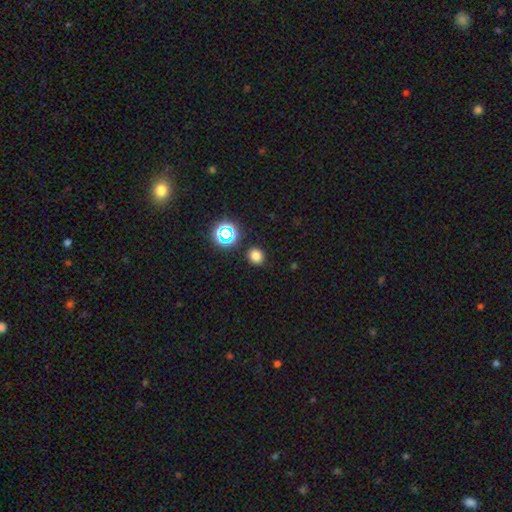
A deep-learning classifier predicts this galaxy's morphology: Overall: smooth (76%). How rounded: round (83%). Merging: none (89%).